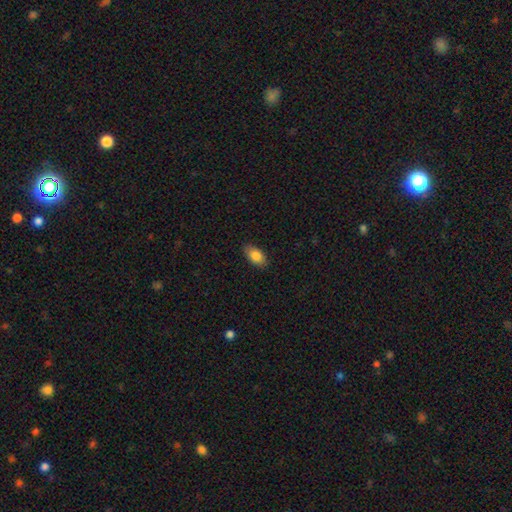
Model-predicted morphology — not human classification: type=smooth (84%); roundness=in between (92%); merging=none (87%).